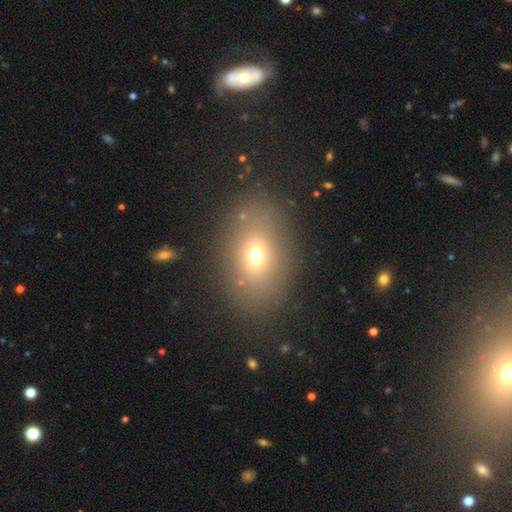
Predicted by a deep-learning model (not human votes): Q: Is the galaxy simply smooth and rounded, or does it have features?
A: smooth — 67%.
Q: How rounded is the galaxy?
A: in between — 73%.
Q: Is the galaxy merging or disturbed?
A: none — 82%.